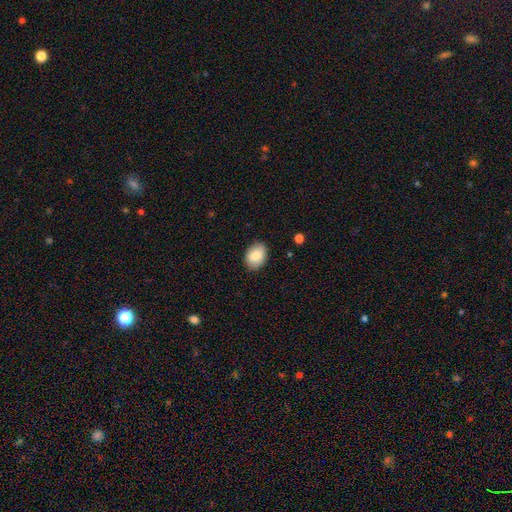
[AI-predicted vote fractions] This is clearly a smooth galaxy (82%). How rounded: likely in between (76%). Merging: clearly none (86%).